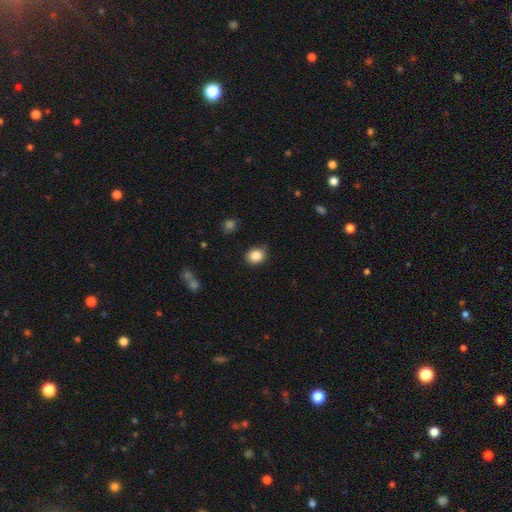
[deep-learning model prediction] smooth_or_featured: smooth (p=0.86) [alt: star or artifact p=0.09]
how_rounded: in between (p=0.50) [alt: round p=0.49]
merging: none (p=0.83) [alt: minor disturbance p=0.12]